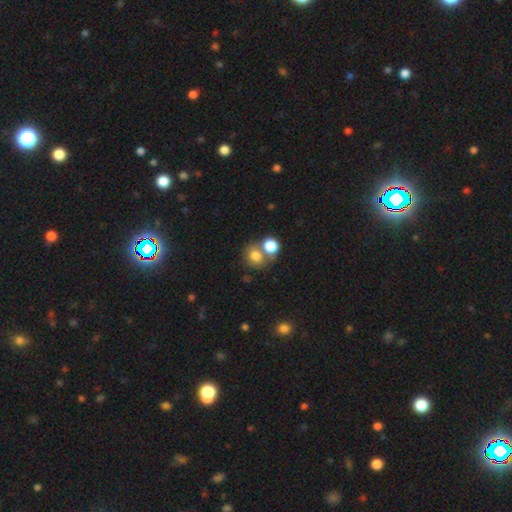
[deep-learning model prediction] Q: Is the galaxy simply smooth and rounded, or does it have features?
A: smooth — 77%.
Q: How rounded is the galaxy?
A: round — 75%.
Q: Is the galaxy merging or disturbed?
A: none — 47%.